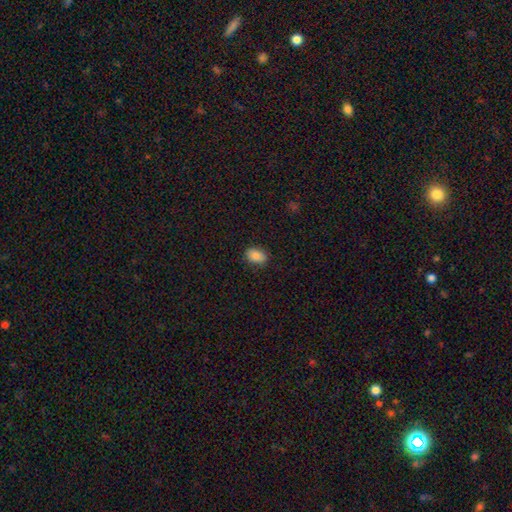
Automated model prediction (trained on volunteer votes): A smooth galaxy with no disk features (87%) that is in between round and cigar-shaped (84%). Merging: none (86%).